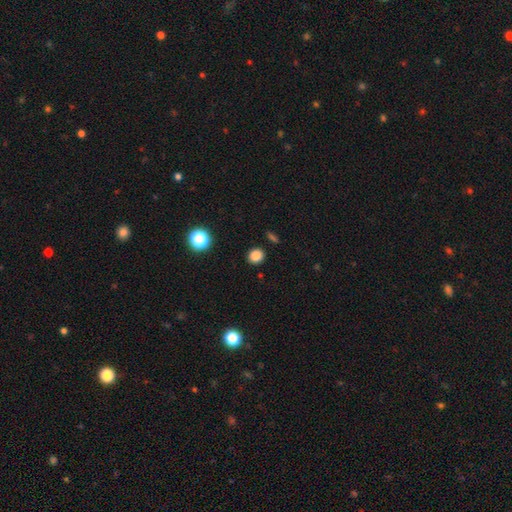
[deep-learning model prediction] smooth-or-featured: smooth: 84% | star or artifact: 13% | featured or disk: 4%
  how-rounded: round: 84% | in between: 15% | cigar-shaped: 1%
  merging: none: 89% | minor disturbance: 6% | major disturbance: 2% | merger: 2%